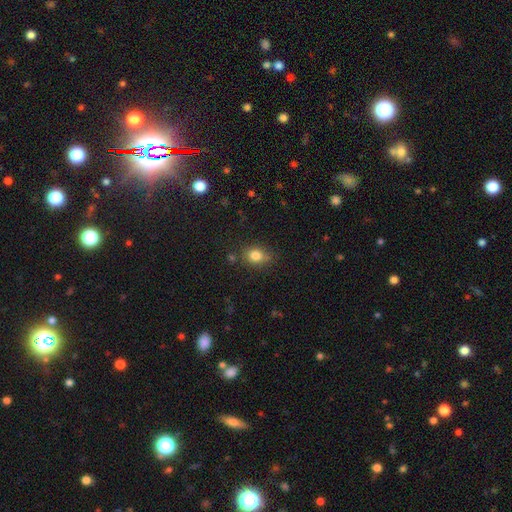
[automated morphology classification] Overall: smooth (82%). How rounded: round (51%; in between 48%). Merging: none (76%).